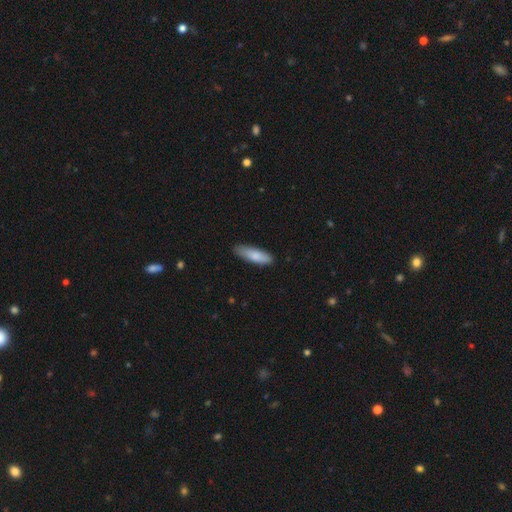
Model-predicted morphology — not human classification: Smooth or featured? Predicted: smooth (p=0.84). How rounded? Predicted: cigar-shaped (p=0.57). Merging? Predicted: none (p=0.83).